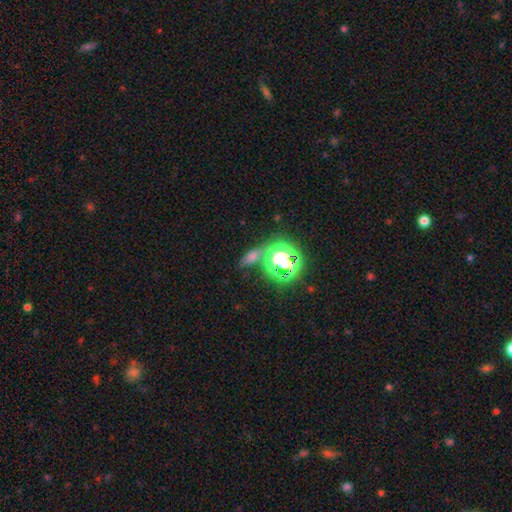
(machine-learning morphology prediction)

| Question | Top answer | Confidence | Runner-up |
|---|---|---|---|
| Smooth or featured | star or artifact | 50% | smooth (35%) |